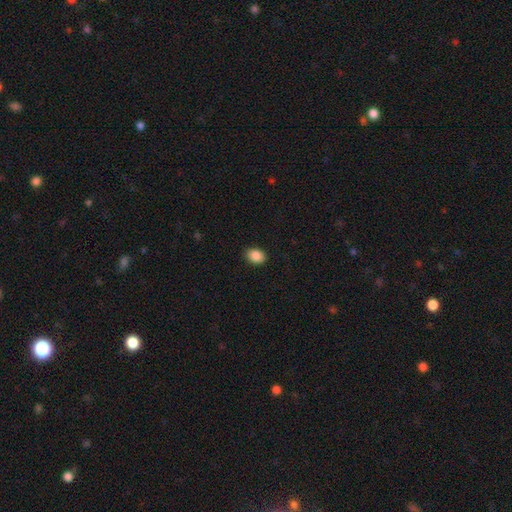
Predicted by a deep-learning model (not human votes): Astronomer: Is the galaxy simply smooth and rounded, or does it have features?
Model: smooth — 88%.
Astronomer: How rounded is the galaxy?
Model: in between — 70%.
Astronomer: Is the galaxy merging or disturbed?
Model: none — 89%.